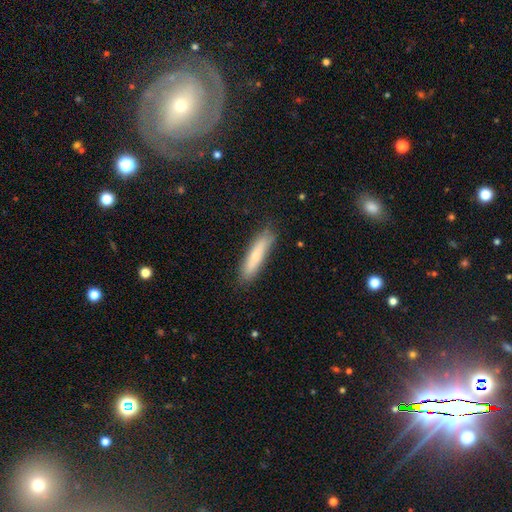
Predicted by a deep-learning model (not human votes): smooth_or_featured: smooth (p=0.77) [alt: featured or disk p=0.17]
how_rounded: cigar-shaped (p=0.82) [alt: in between p=0.16]
merging: none (p=0.82) [alt: minor disturbance p=0.14]